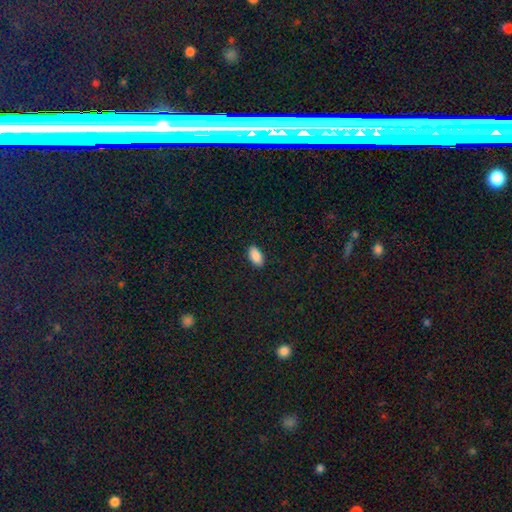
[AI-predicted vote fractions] The model was most divided on "merging": none: 89%, minor disturbance: 8%, major disturbance: 2%, merger: 1%. More confident: how rounded — in between (94%); smooth or featured — smooth (89%).